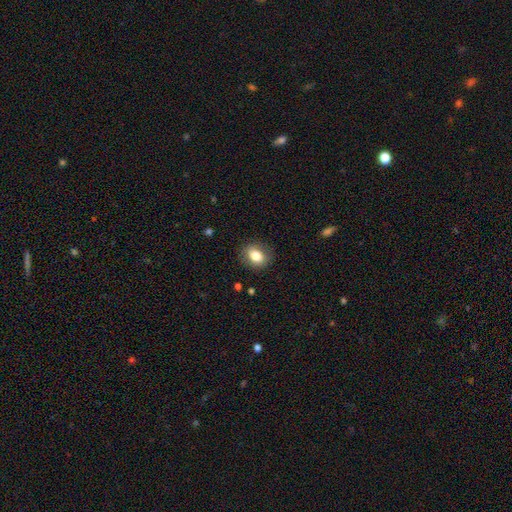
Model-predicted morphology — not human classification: This is clearly a smooth galaxy (81%). How rounded: possibly in between (56%). Merging: clearly none (85%).